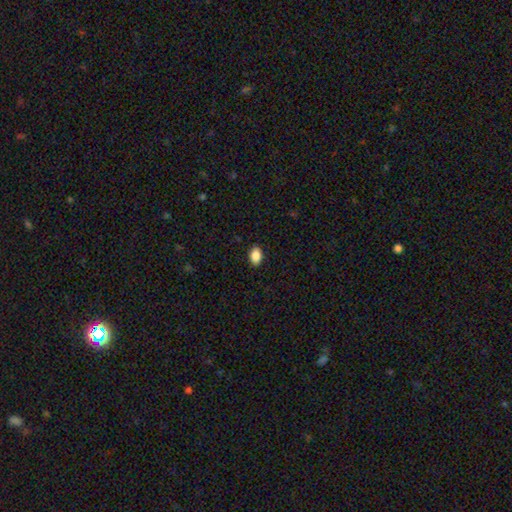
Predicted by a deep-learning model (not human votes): A smooth galaxy with no disk features (88%) that is in between round and cigar-shaped (88%). Merging: none (89%).